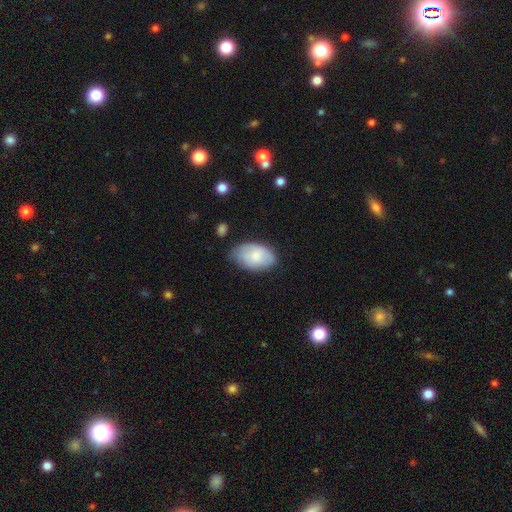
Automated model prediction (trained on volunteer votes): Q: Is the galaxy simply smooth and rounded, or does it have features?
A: smooth — 74%.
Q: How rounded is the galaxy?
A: in between — 93%.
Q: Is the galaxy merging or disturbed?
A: none — 66%.